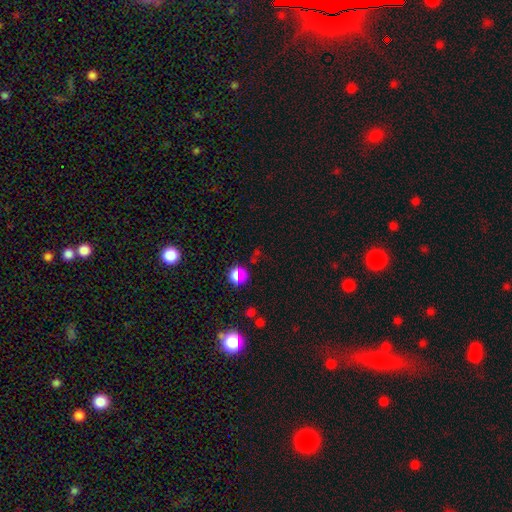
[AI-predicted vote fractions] Smooth or featured? Predicted: star or artifact (p=0.57).